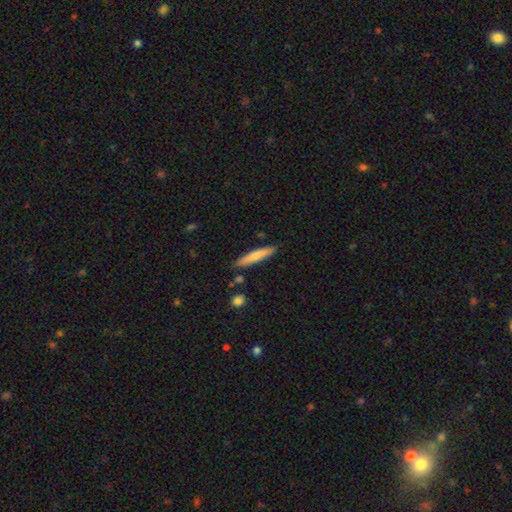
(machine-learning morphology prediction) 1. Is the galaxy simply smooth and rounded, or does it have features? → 68% smooth, 26% featured or disk, 6% star or artifact.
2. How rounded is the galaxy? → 90% cigar-shaped, 9% in between, 1% round.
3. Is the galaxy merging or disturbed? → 86% none, 9% minor disturbance, 3% merger, 2% major disturbance.